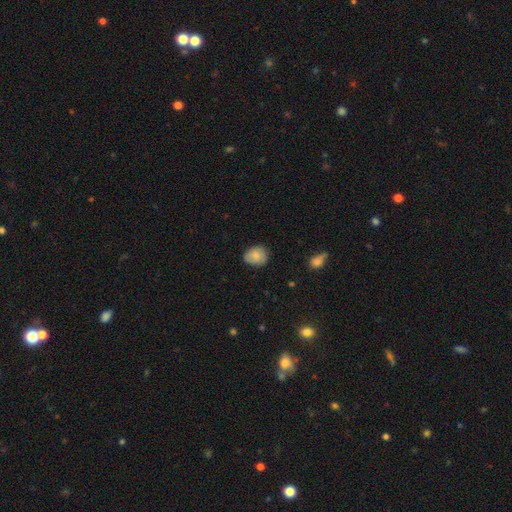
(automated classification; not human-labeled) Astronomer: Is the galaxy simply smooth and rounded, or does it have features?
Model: smooth — 81%.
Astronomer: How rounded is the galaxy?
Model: round — 56% (runner-up: in between, 43%).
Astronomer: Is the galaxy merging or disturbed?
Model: none — 71%.